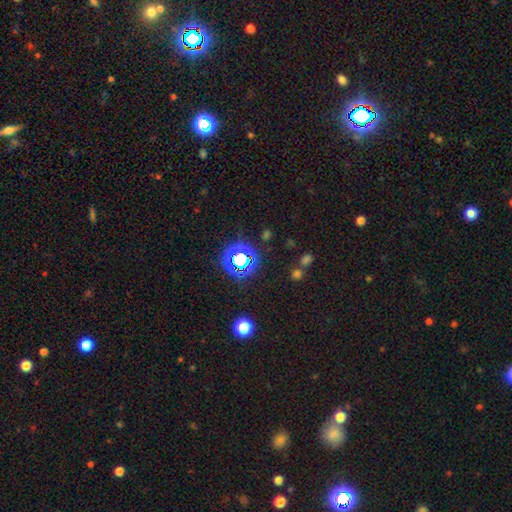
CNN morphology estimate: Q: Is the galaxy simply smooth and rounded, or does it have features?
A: star or artifact — 74%.